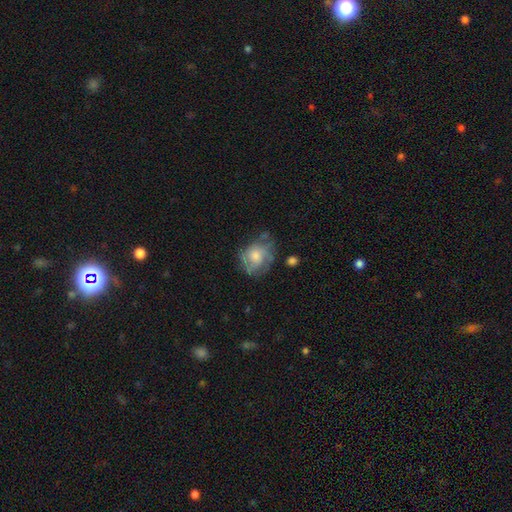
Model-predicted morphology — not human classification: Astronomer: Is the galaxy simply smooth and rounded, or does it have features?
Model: featured or disk — 47% (runner-up: smooth, 44%).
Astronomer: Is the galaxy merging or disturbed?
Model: none — 55%.